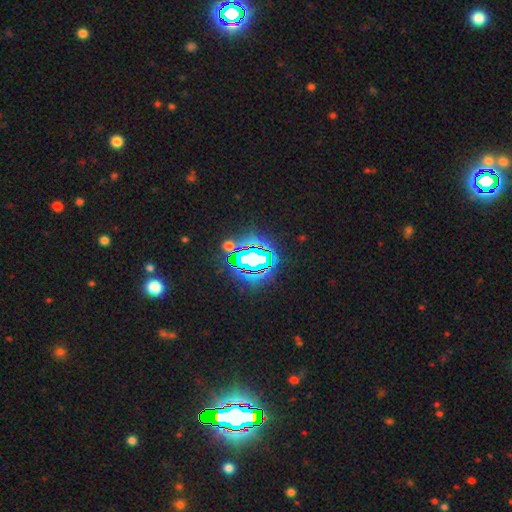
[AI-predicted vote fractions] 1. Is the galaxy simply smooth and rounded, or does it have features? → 72% star or artifact, 15% smooth, 13% featured or disk.